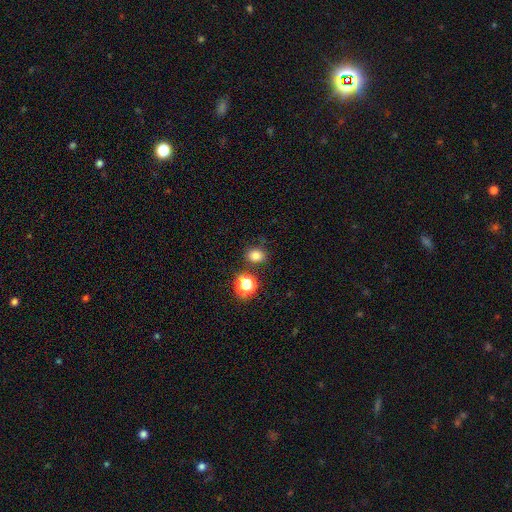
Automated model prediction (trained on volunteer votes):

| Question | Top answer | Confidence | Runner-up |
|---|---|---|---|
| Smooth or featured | smooth | 78% | star or artifact (17%) |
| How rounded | round | 55% | in between (44%) |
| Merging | none | 79% | minor disturbance (11%) |